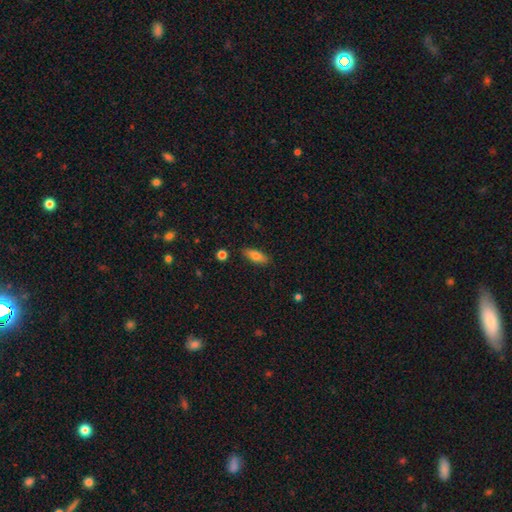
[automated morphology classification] smooth-or-featured: smooth: 77% | featured or disk: 15% | star or artifact: 7%
  how-rounded: in between: 72% | cigar-shaped: 25% | round: 3%
  merging: none: 87% | minor disturbance: 10% | major disturbance: 2% | merger: 2%